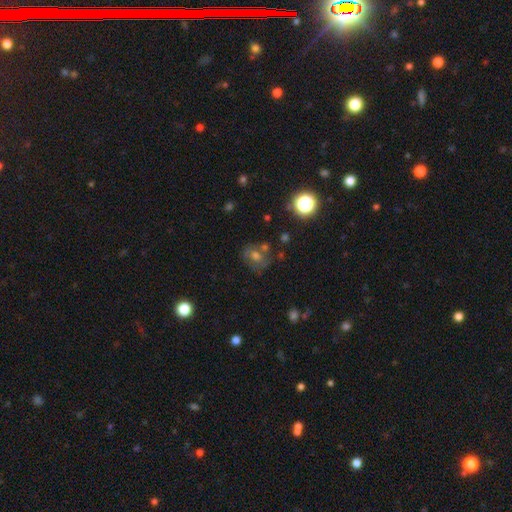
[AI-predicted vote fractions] Smooth or featured: smooth — 46% (featured or disk — 34%)
Merging: none — 61% (minor disturbance — 18%)